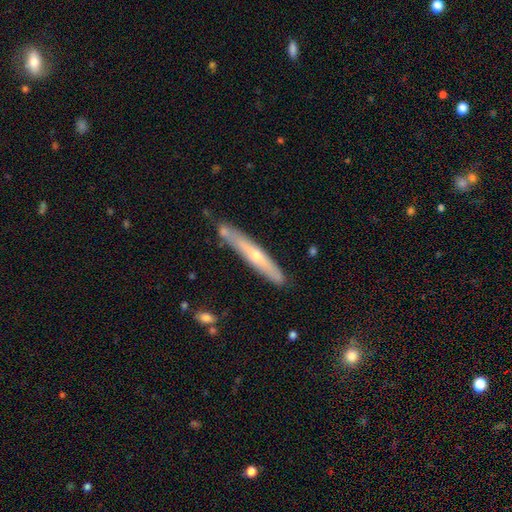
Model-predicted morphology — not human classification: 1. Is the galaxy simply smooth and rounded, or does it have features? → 52% featured or disk, 42% smooth, 6% star or artifact.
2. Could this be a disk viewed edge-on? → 87% yes, 13% no.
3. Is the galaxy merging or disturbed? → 77% none, 14% minor disturbance, 5% merger, 3% major disturbance.